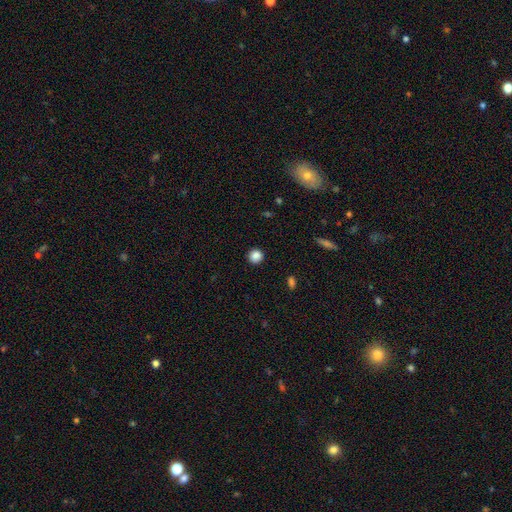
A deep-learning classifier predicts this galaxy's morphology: A smooth galaxy with no disk features (87%) that is round (94%). Merging: none (92%).